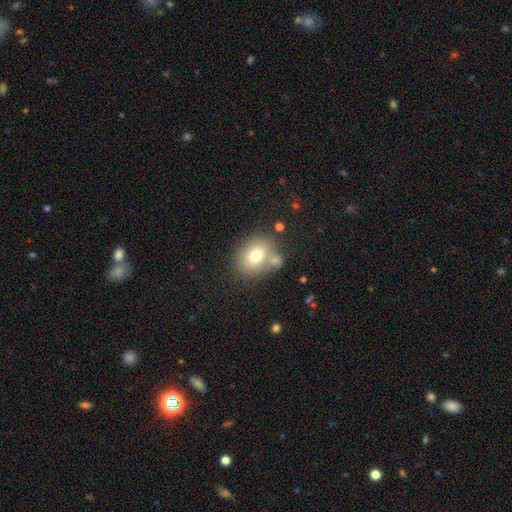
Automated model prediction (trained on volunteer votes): Smooth or featured?
  - smooth: 73% *
  - featured or disk: 16%
  - star or artifact: 11%
How rounded?
  - round: 53% *
  - in between: 46%
  - cigar-shaped: 1%
Merging?
  - none: 61% *
  - merger: 19%
  - minor disturbance: 15%
  - major disturbance: 5%